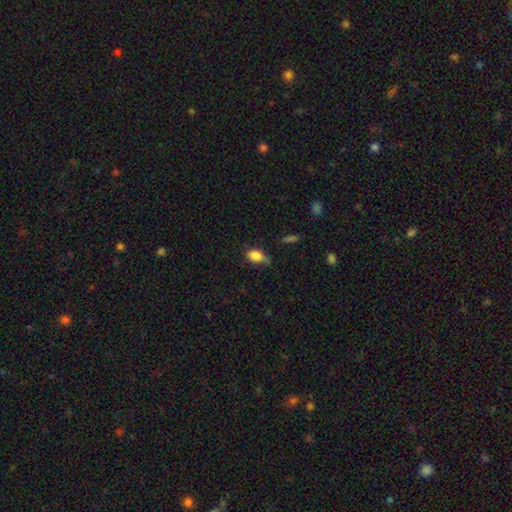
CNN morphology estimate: Smooth or featured?
  - smooth: 84% *
  - star or artifact: 8%
  - featured or disk: 8%
How rounded?
  - in between: 87% *
  - round: 9%
  - cigar-shaped: 4%
Merging?
  - none: 48% *
  - minor disturbance: 38%
  - major disturbance: 12%
  - merger: 3%